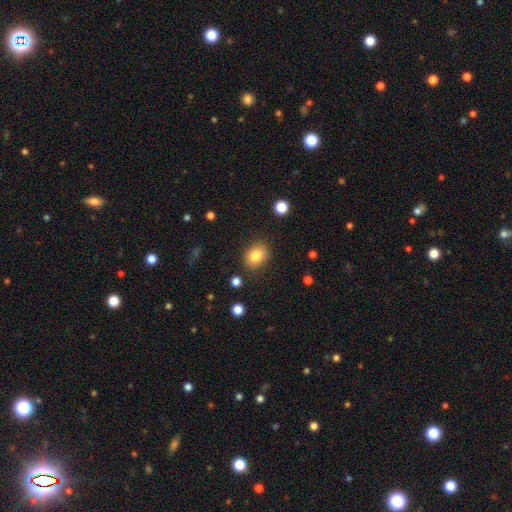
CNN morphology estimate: Q: Smooth or featured?
A: smooth (83%); runner-up: star or artifact (9%)
Q: How rounded?
A: in between (60%); runner-up: round (39%)
Q: Merging?
A: none (84%); runner-up: minor disturbance (11%)